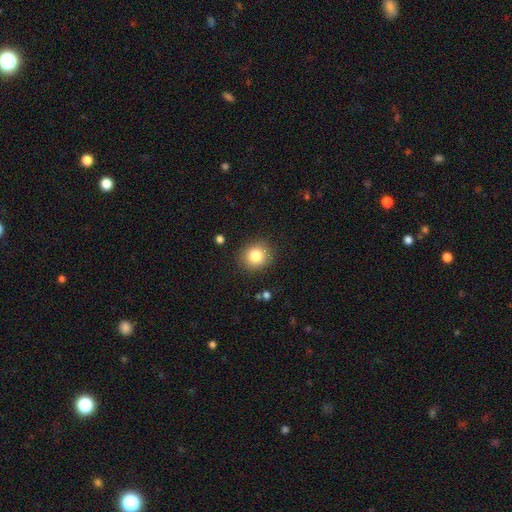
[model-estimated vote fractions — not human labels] smooth-or-featured: smooth: 82% | star or artifact: 10% | featured or disk: 8%
  how-rounded: round: 85% | in between: 15% | cigar-shaped: 1%
  merging: none: 89% | minor disturbance: 8% | major disturbance: 2% | merger: 1%